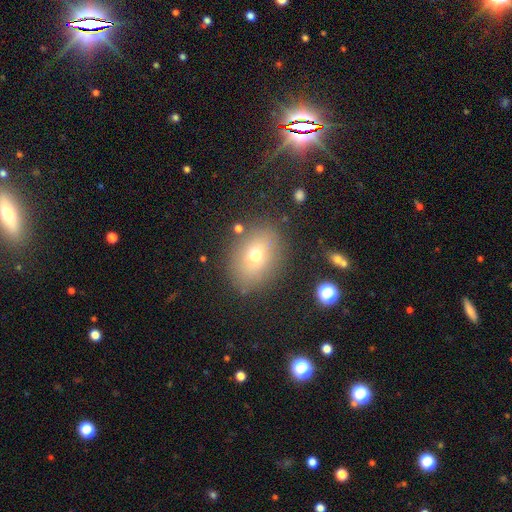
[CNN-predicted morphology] Overall: smooth (66%). How rounded: in between (62%; round 37%). Merging: none (82%).